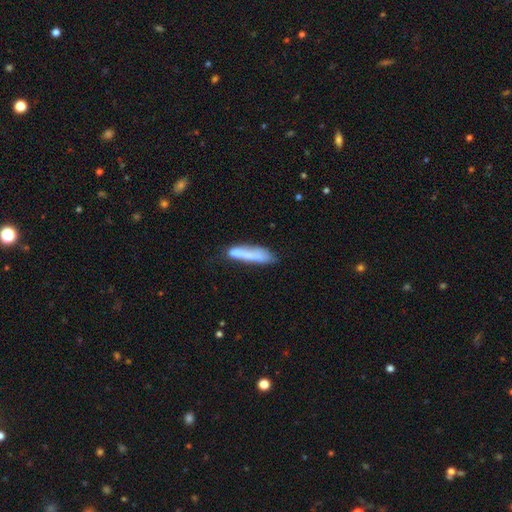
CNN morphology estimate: smooth 74%, featured or disk 19%, star or artifact 7%. Down the decision tree: how rounded — cigar-shaped (78%); merging — none (53%).